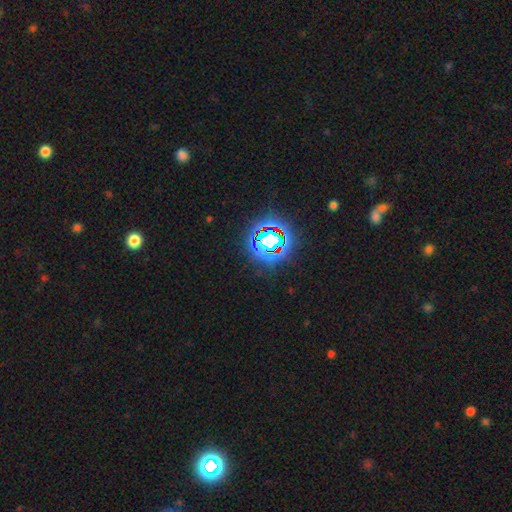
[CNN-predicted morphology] A star or artifact, not a galaxy (80%).